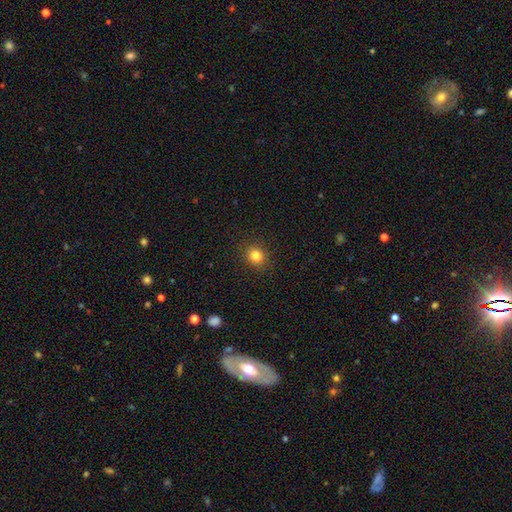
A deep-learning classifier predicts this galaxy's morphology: This is clearly a smooth galaxy (82%). How rounded: likely round (78%). Merging: clearly none (89%).